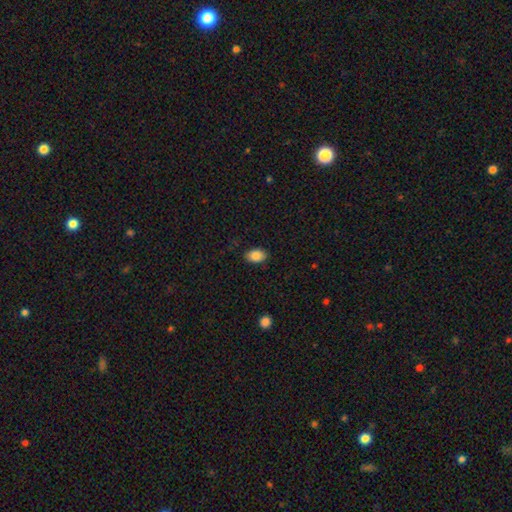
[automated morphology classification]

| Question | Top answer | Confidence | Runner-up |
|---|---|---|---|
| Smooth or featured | smooth | 87% | star or artifact (8%) |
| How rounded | in between | 84% | round (15%) |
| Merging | none | 86% | minor disturbance (11%) |